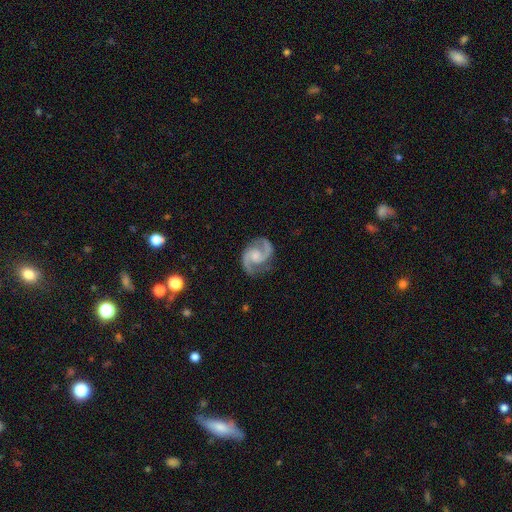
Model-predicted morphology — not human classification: Smooth or featured? featured or disk (93%)
Edge-on disk? no (98%)
Bar? no (55%)
Spiral arms? yes (98%)
Spiral winding? medium (65%)
Spiral arm count? 2 (94%)
Bulge size? moderate (38%)
Merging? none (82%)